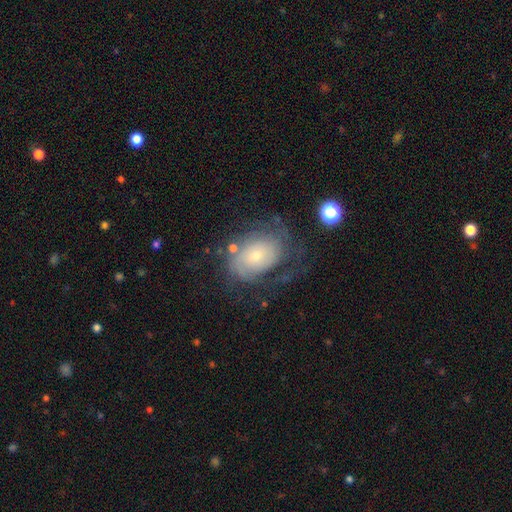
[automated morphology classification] smooth_or_featured: featured or disk (p=0.64) [alt: smooth p=0.27]
disk_edge_on: no (p=0.96) [alt: yes p=0.04]
bar: no (p=0.79) [alt: weak p=0.18]
has_spiral_arms: yes (p=0.79) [alt: no p=0.21]
bulge_size: small (p=0.66) [alt: moderate p=0.28]
merging: none (p=0.49) [alt: major disturbance p=0.24]